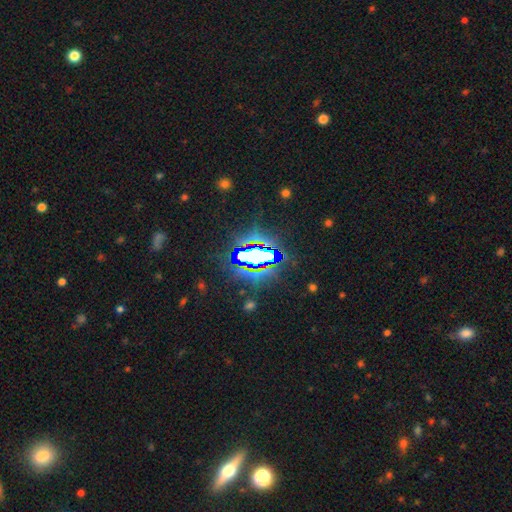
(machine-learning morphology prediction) star or artifact 71%, smooth 16%, featured or disk 13%.